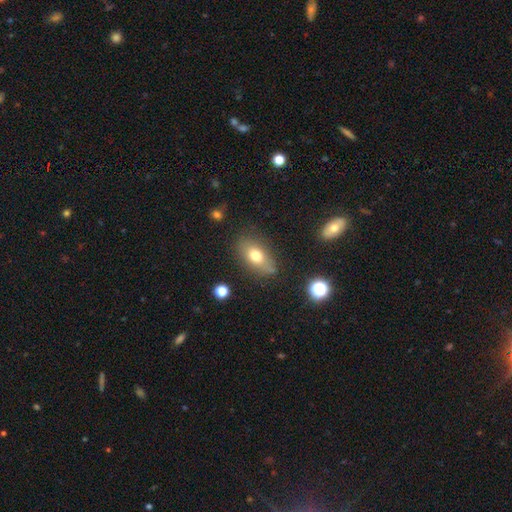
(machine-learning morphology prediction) smooth-or-featured: smooth: 71% | featured or disk: 19% | star or artifact: 10%
  how-rounded: in between: 82% | round: 12% | cigar-shaped: 6%
  merging: none: 76% | minor disturbance: 16% | major disturbance: 5% | merger: 3%